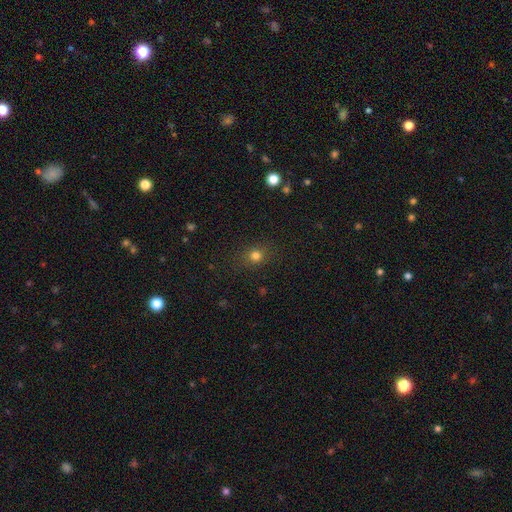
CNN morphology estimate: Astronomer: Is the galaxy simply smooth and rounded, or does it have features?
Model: smooth — 78%.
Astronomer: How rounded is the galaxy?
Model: round — 75%.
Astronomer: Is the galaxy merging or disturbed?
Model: none — 86%.